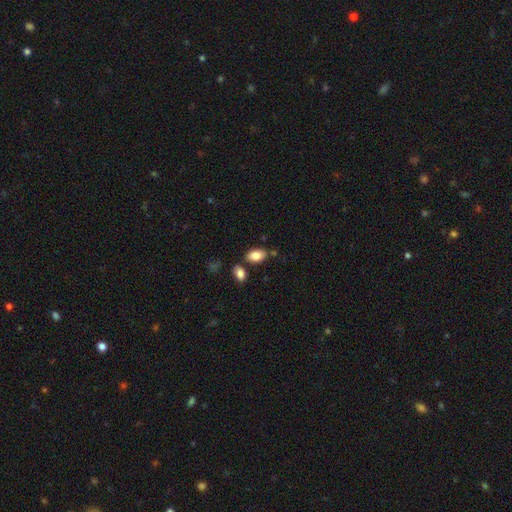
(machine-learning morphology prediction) Smooth or featured?
  - smooth: 84% *
  - featured or disk: 9%
  - star or artifact: 7%
How rounded?
  - in between: 92% *
  - round: 7%
  - cigar-shaped: 2%
Merging?
  - none: 73% *
  - minor disturbance: 13%
  - merger: 11%
  - major disturbance: 3%